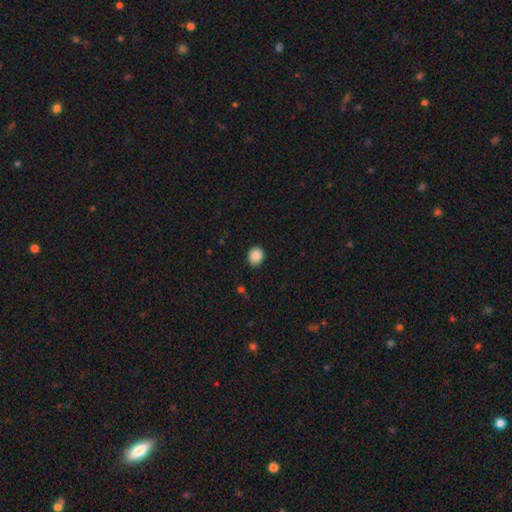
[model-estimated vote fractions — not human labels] Overall: smooth (89%). How rounded: round (65%; in between 34%). Merging: none (88%).